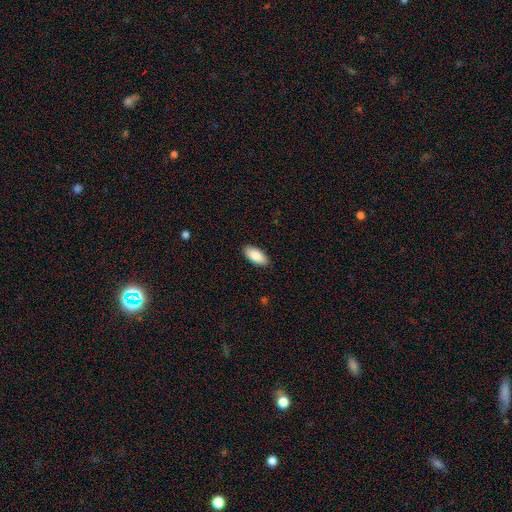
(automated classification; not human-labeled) Q: Smooth or featured?
A: smooth (89%); runner-up: star or artifact (6%)
Q: How rounded?
A: in between (91%); runner-up: cigar-shaped (7%)
Q: Merging?
A: none (89%); runner-up: minor disturbance (8%)